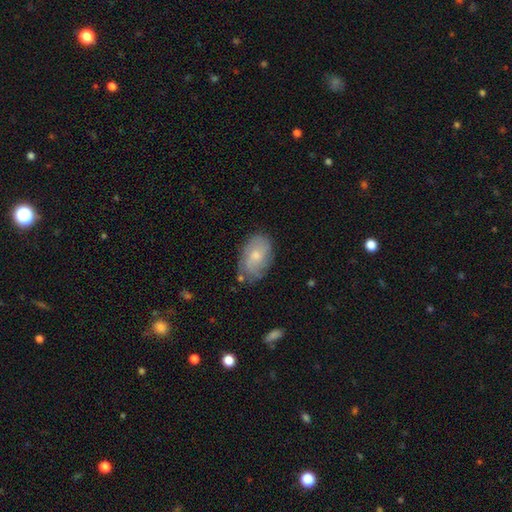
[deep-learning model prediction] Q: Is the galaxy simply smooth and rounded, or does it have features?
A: smooth — 53%.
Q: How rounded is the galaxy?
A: in between — 89%.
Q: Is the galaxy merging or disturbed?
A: none — 70%.